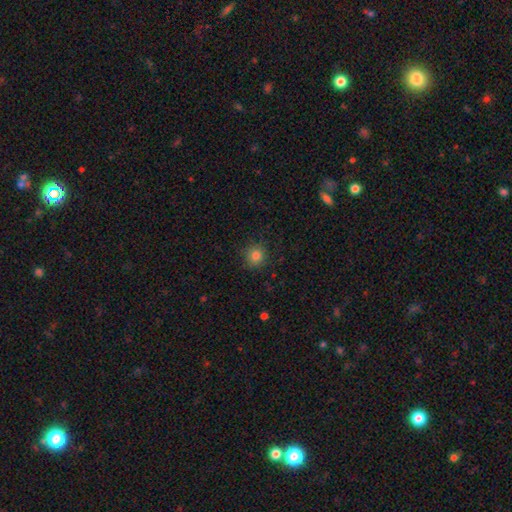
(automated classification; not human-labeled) This is clearly a smooth galaxy (82%). How rounded: clearly round (92%). Merging: clearly none (88%).